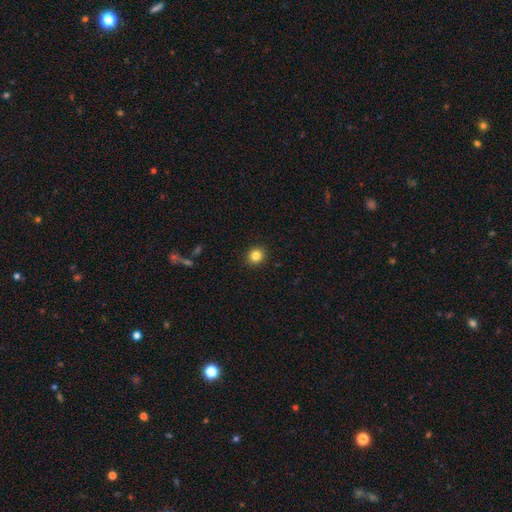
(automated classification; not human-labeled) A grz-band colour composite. It shows a smooth galaxy with no disk features (84%) that is round (84%). Merging: none (92%).